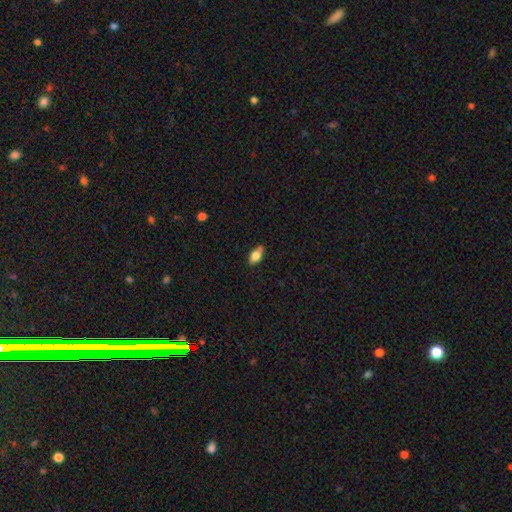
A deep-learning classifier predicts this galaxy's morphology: This is clearly a smooth galaxy (81%). How rounded: clearly in between (89%). Merging: likely none (79%).